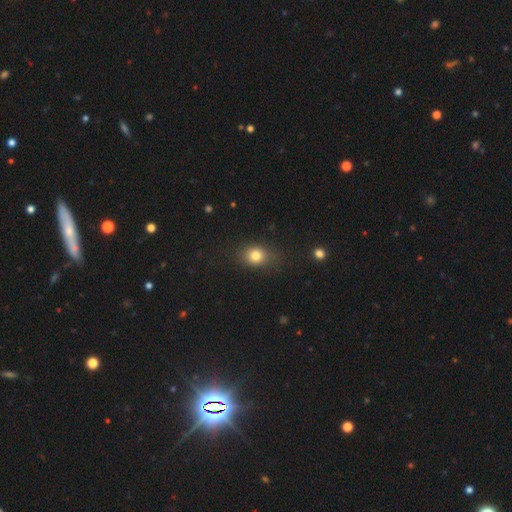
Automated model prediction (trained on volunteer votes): Smooth or featured? smooth (79%)
How rounded? round (55%)
Merging? none (75%)